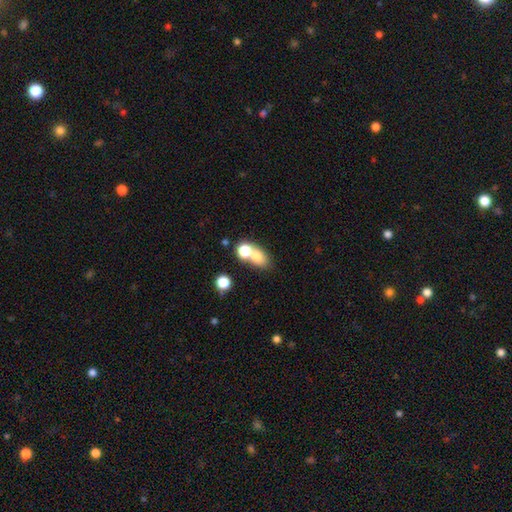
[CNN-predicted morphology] Smooth or featured?
  - smooth: 73% *
  - featured or disk: 14%
  - star or artifact: 13%
How rounded?
  - in between: 64% *
  - round: 34%
  - cigar-shaped: 2%
Merging?
  - merger: 48% *
  - none: 39%
  - minor disturbance: 9%
  - major disturbance: 5%